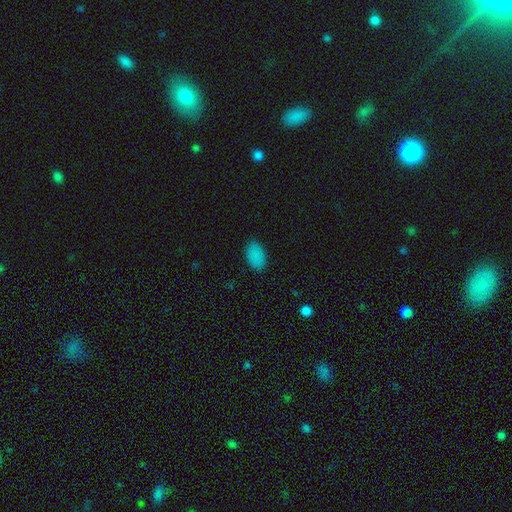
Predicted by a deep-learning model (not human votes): smooth-or-featured: smooth: 86% | star or artifact: 10% | featured or disk: 4%
  how-rounded: in between: 93% | round: 6% | cigar-shaped: 1%
  merging: none: 84% | minor disturbance: 12% | major disturbance: 3% | merger: 1%